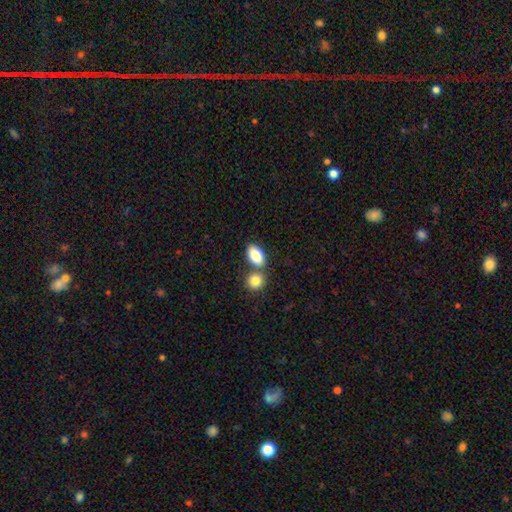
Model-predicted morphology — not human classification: smooth 85%, featured or disk 8%, star or artifact 7%. Down the decision tree: how rounded — in between (90%); merging — none (53%).